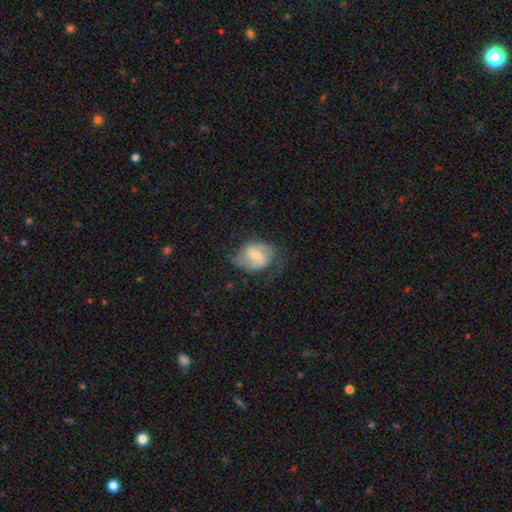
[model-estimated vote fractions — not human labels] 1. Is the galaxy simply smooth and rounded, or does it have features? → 61% featured or disk, 33% smooth, 6% star or artifact.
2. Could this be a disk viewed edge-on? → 97% no, 3% yes.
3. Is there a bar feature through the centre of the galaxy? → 54% weak, 24% no, 22% strong.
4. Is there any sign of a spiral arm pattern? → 82% yes, 18% no.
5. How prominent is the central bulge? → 51% moderate, 42% small, 3% large, 3% none, 1% dominant.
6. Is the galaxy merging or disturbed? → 56% none, 27% minor disturbance, 15% major disturbance, 1% merger.